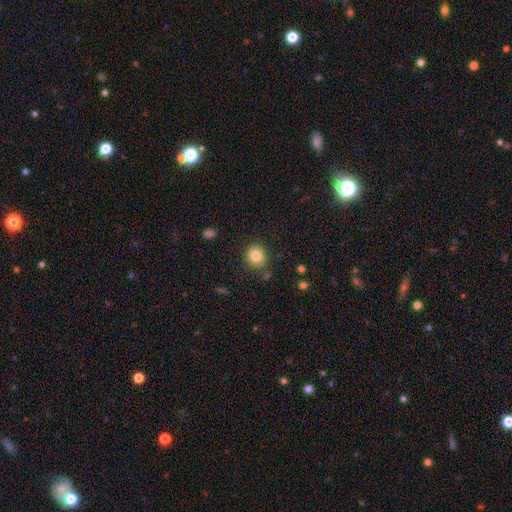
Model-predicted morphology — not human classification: Q: Smooth or featured?
A: smooth (82%); runner-up: star or artifact (10%)
Q: How rounded?
A: round (84%); runner-up: in between (15%)
Q: Merging?
A: none (85%); runner-up: minor disturbance (10%)